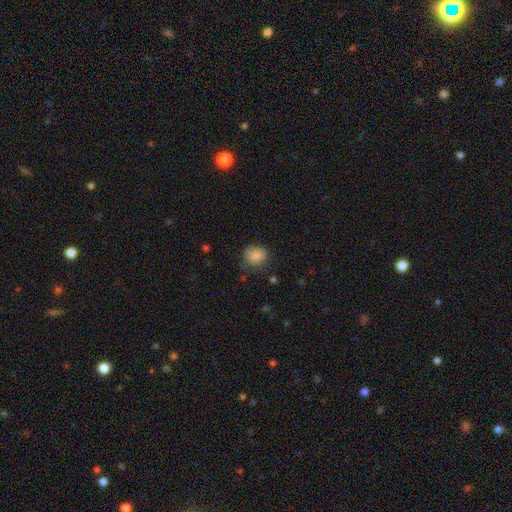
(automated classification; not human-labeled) Smooth or featured: smooth — 84% (star or artifact — 9%)
How rounded: round — 71% (in between — 28%)
Merging: none — 65% (minor disturbance — 25%)